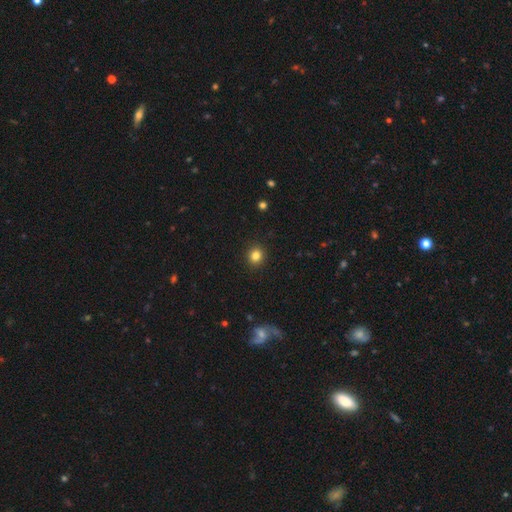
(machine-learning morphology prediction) Smooth or featured? smooth (83%)
How rounded? round (86%)
Merging? none (92%)